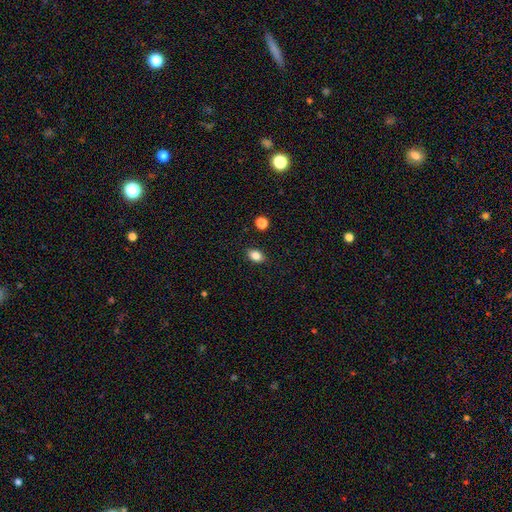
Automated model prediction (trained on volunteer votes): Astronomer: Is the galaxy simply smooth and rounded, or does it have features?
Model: smooth — 85%.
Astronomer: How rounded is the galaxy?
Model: in between — 80%.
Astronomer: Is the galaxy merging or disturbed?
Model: none — 88%.